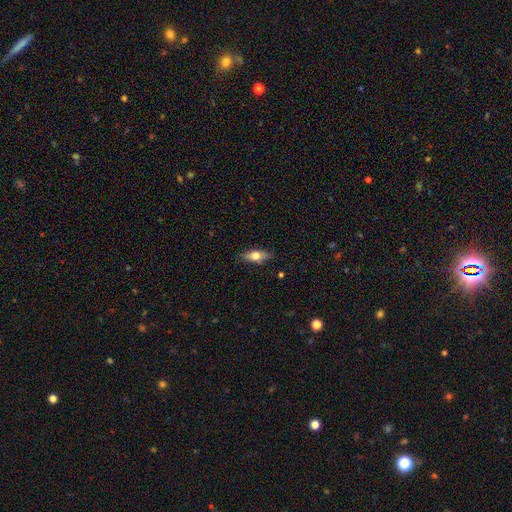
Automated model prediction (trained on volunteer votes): Morphology: type=smooth (67%); roundness=in between (73%); merging=none (82%).